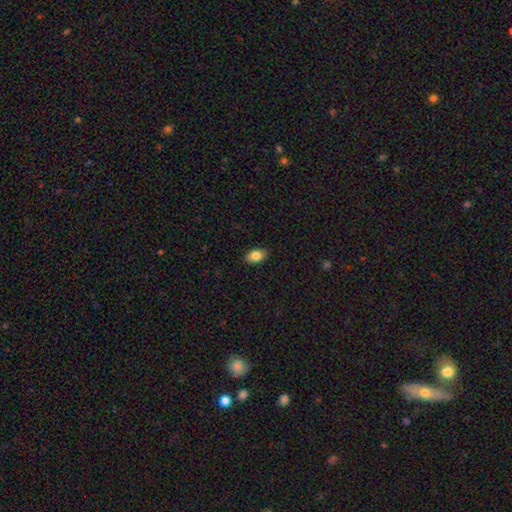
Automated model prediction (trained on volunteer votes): This appears to be a smooth galaxy with no disk features (85%) that is in between round and cigar-shaped (89%). Merging: none (88%).